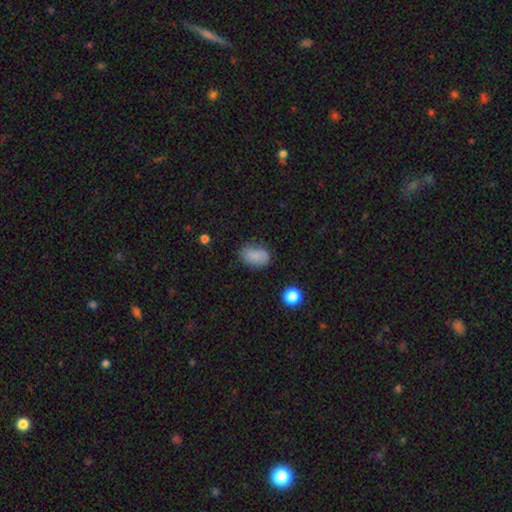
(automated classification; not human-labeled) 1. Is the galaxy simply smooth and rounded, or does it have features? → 79% smooth, 11% featured or disk, 10% star or artifact.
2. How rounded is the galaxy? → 83% in between, 16% round, 1% cigar-shaped.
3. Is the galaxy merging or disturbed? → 64% none, 26% minor disturbance, 7% major disturbance, 3% merger.